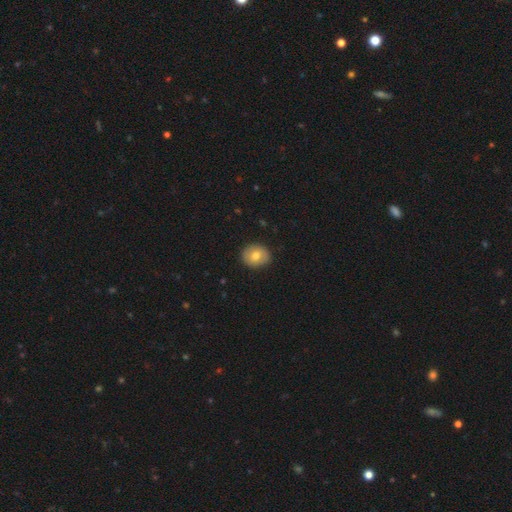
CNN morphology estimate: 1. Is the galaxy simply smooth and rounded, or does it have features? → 71% smooth, 22% featured or disk, 8% star or artifact.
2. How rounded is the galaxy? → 68% round, 31% in between, 1% cigar-shaped.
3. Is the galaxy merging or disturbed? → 88% none, 9% minor disturbance, 2% major disturbance, 1% merger.